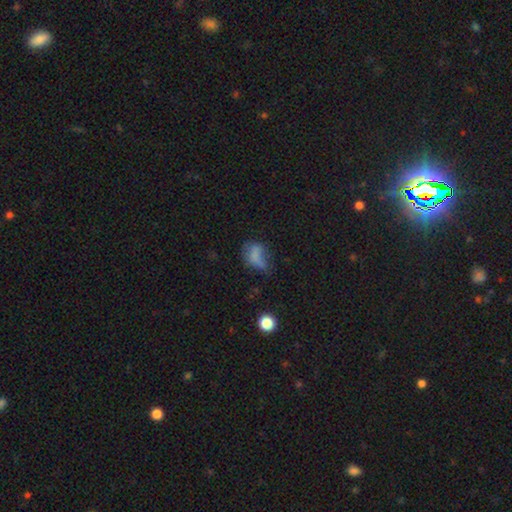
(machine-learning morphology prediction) This is likely a smooth galaxy (63%). How rounded: likely in between (73%). Merging: marginally major disturbance (33%).